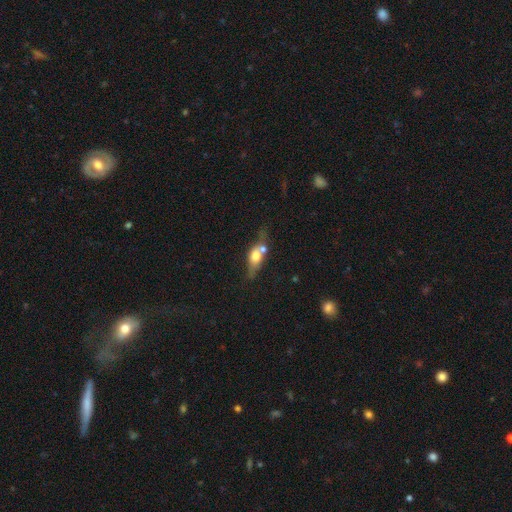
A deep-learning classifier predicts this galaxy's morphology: smooth-or-featured: smooth: 49% | featured or disk: 42% | star or artifact: 9%
  merging: none: 42% | merger: 31% | minor disturbance: 18% | major disturbance: 9%